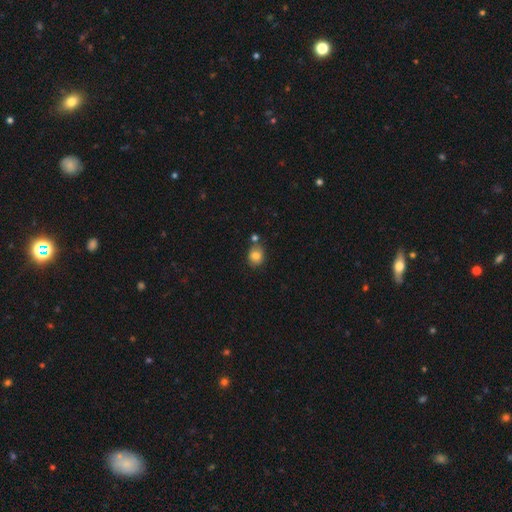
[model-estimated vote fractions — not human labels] Q: Smooth or featured?
A: smooth (81%); runner-up: star or artifact (10%)
Q: How rounded?
A: round (67%); runner-up: in between (32%)
Q: Merging?
A: none (69%); runner-up: minor disturbance (14%)